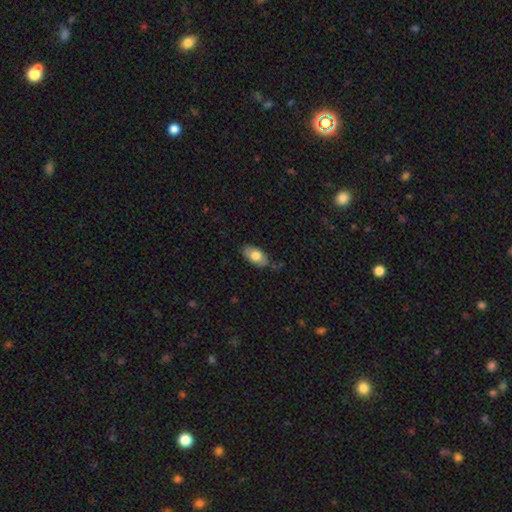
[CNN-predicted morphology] Smooth or featured? smooth (70%)
How rounded? in between (92%)
Merging? none (75%)